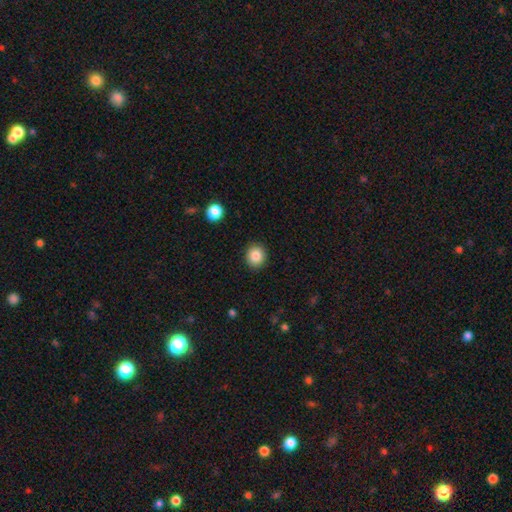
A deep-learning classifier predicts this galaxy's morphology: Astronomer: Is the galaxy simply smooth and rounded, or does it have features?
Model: smooth — 86%.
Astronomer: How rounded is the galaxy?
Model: round — 83%.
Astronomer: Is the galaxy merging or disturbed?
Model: none — 91%.